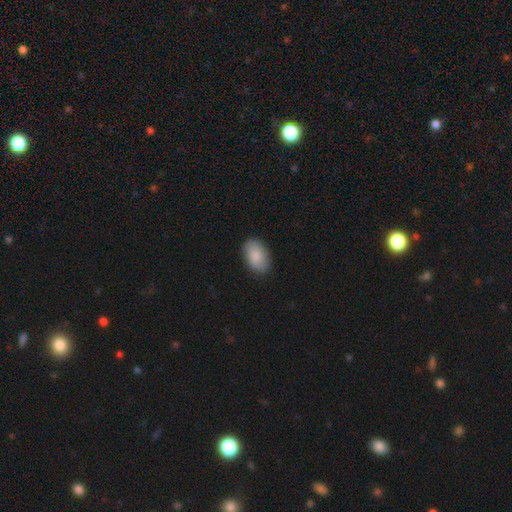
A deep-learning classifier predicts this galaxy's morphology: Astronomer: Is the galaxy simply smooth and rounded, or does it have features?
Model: smooth — 87%.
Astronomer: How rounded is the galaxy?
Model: in between — 92%.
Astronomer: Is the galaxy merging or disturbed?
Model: none — 87%.